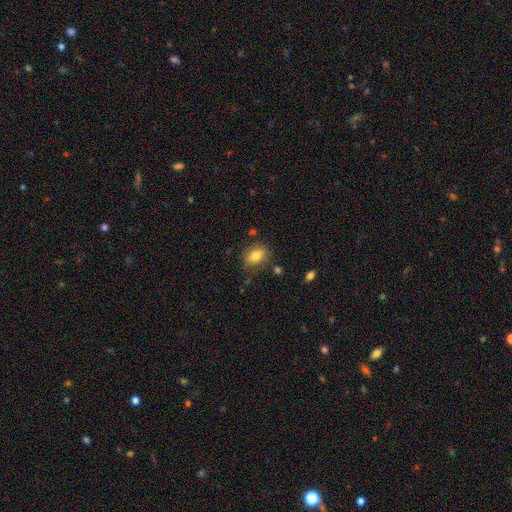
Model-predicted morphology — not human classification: Smooth or featured: smooth — 79% (featured or disk — 12%)
How rounded: in between — 67% (round — 32%)
Merging: none — 76% (minor disturbance — 16%)